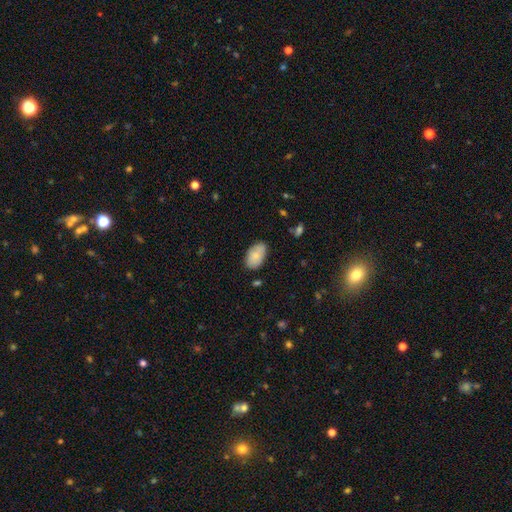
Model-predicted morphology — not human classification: The model was most divided on "merging": none: 77%, minor disturbance: 19%, major disturbance: 3%, merger: 2%. More confident: how rounded — in between (94%); smooth or featured — smooth (80%).